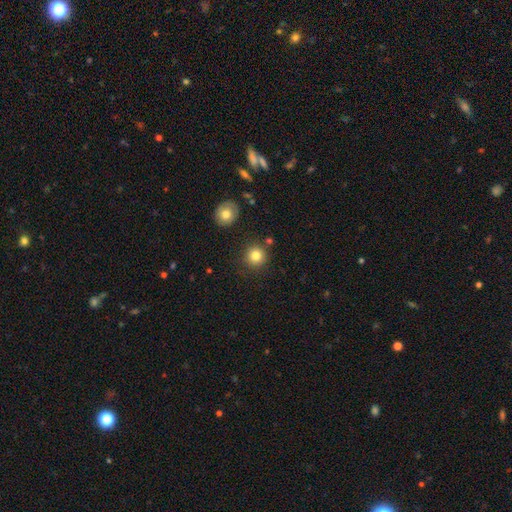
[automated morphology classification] Q: Smooth or featured?
A: smooth (82%); runner-up: star or artifact (11%)
Q: How rounded?
A: round (93%); runner-up: in between (6%)
Q: Merging?
A: none (85%); runner-up: minor disturbance (8%)